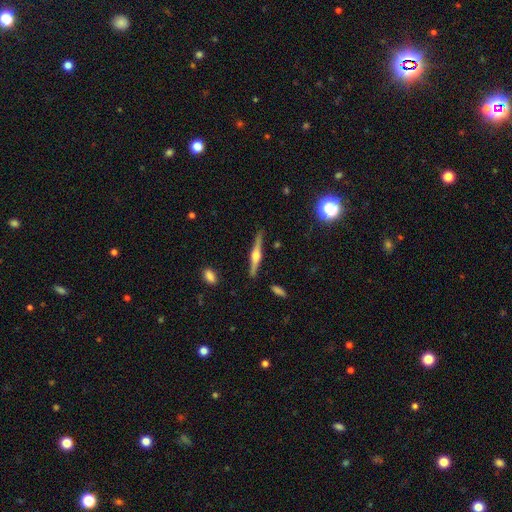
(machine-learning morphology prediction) type=featured or disk (79%); edge-on=yes (98%); edge-on bulge=rounded (86%); merging=none (88%).